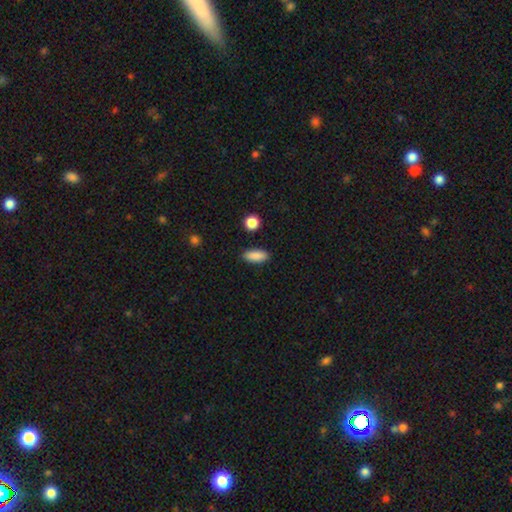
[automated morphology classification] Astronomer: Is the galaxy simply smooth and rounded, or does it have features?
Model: smooth — 88%.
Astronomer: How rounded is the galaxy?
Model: in between — 78%.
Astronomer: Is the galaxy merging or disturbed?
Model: none — 88%.